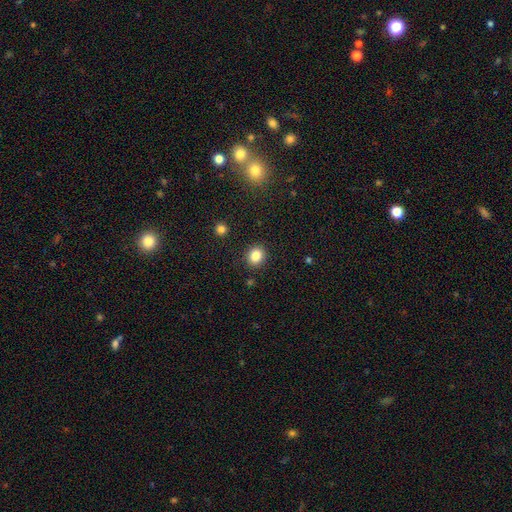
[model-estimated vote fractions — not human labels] This is clearly a smooth galaxy (84%). How rounded: likely round (72%). Merging: clearly none (90%).